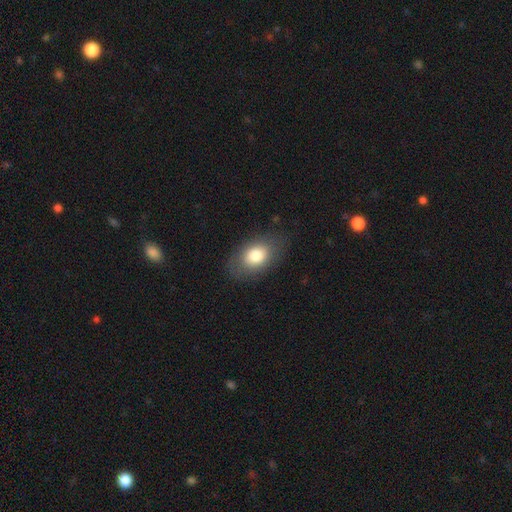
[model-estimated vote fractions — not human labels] Smooth or featured? Predicted: smooth (p=0.78). How rounded? Predicted: in between (p=0.83). Merging? Predicted: none (p=0.79).